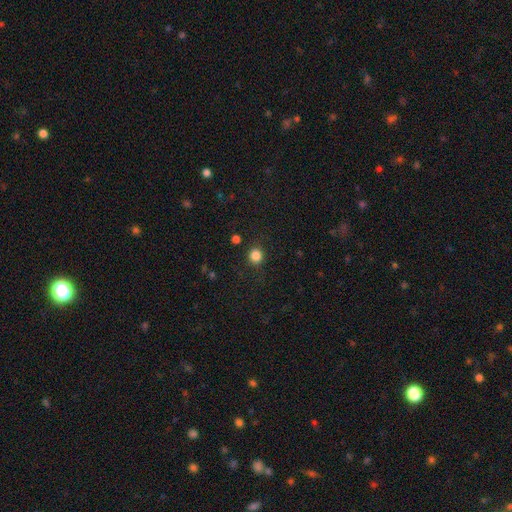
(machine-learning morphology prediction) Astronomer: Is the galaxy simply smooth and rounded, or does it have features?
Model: smooth — 84%.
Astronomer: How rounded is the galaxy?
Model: round — 91%.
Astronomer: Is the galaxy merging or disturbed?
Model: none — 87%.